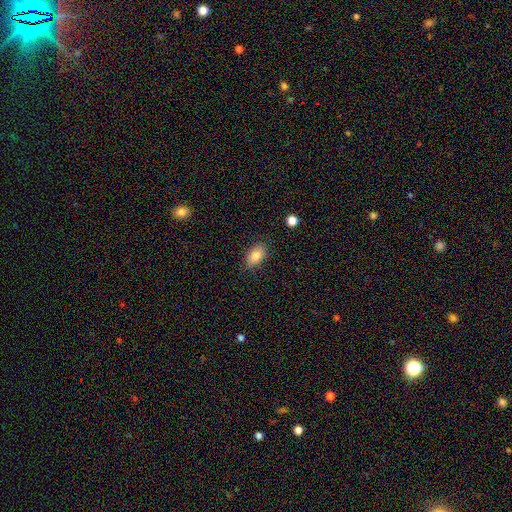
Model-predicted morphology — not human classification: smooth-or-featured: smooth: 84% | featured or disk: 8% | star or artifact: 8%
  how-rounded: in between: 90% | round: 7% | cigar-shaped: 2%
  merging: none: 82% | minor disturbance: 14% | major disturbance: 3% | merger: 1%